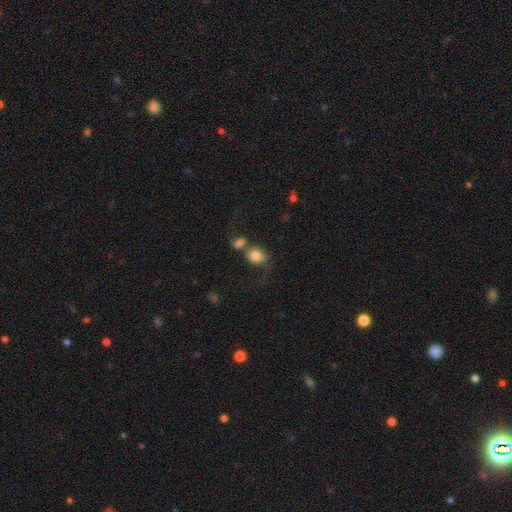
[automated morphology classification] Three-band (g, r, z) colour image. It shows a smooth galaxy with no disk features (78%) that is round (62%). Merging: merger (49%).